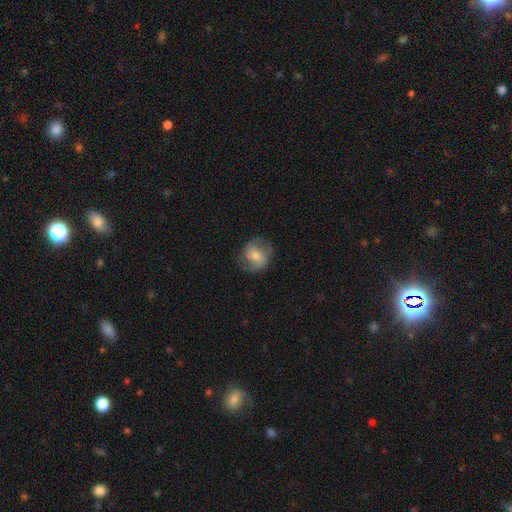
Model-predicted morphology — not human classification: This is possibly a featured or disk galaxy (52%). It is clearly not viewed edge-on (97%). Merging: likely none (69%).